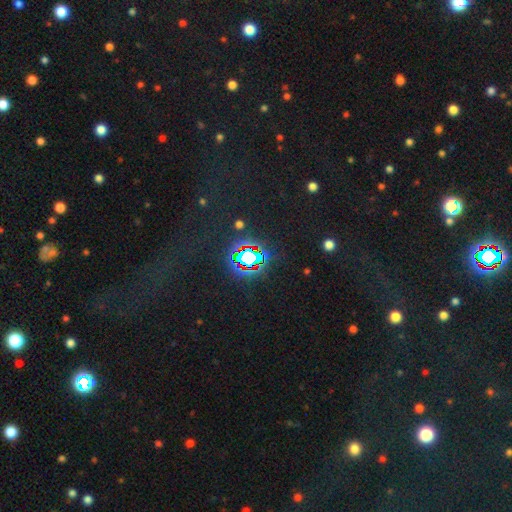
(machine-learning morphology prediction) The model was most divided on "smooth or featured": star or artifact: 76%, smooth: 15%, featured or disk: 9%.